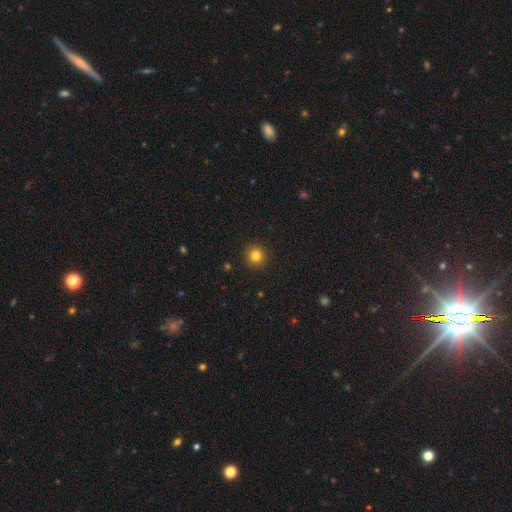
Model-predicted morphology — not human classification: smooth_or_featured: smooth (p=0.82) [alt: star or artifact p=0.12]
how_rounded: round (p=0.94) [alt: in between p=0.05]
merging: none (p=0.92) [alt: minor disturbance p=0.05]